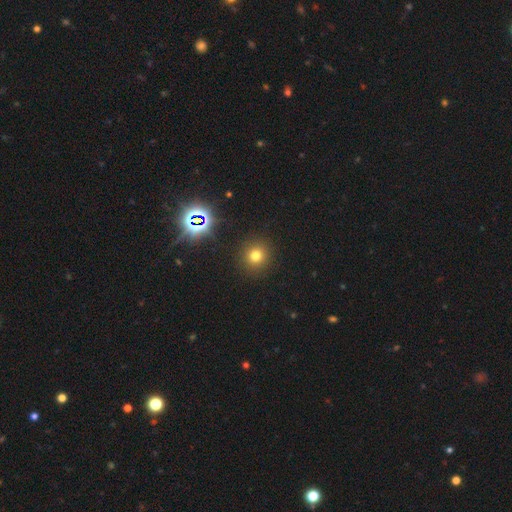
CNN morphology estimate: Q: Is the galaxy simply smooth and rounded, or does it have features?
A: smooth — 73%.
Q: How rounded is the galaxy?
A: round — 92%.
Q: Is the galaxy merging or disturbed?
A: none — 91%.